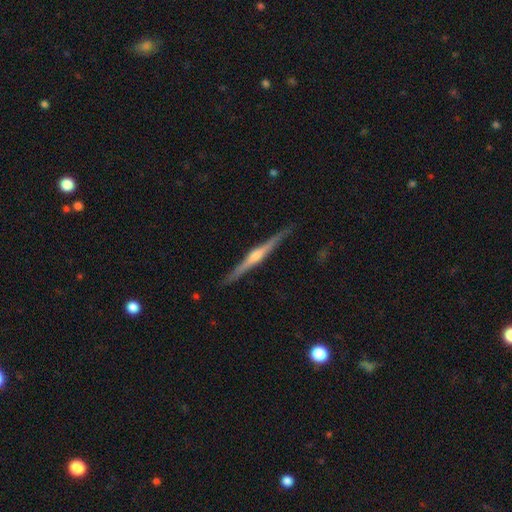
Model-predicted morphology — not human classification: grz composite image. It shows a featured or disk galaxy (82%) viewed edge-on (99%) with a rounded central bulge (81%). Merging: none (91%).